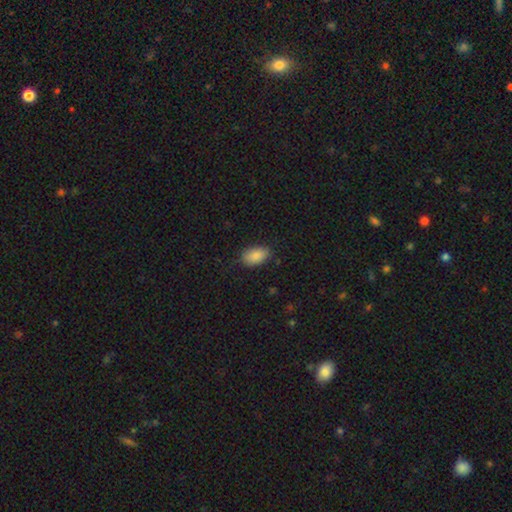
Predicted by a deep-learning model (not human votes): This is clearly a smooth galaxy (87%). How rounded: clearly in between (92%). Merging: likely none (79%).